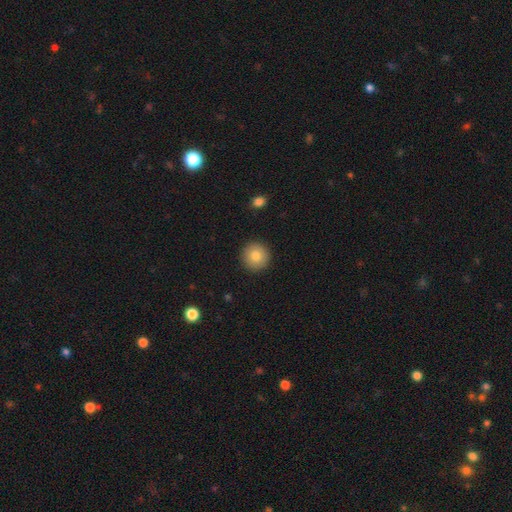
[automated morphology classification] smooth-or-featured: smooth: 83% | featured or disk: 9% | star or artifact: 8%
  how-rounded: round: 95% | in between: 4% | cigar-shaped: 1%
  merging: none: 92% | minor disturbance: 5% | major disturbance: 2% | merger: 1%